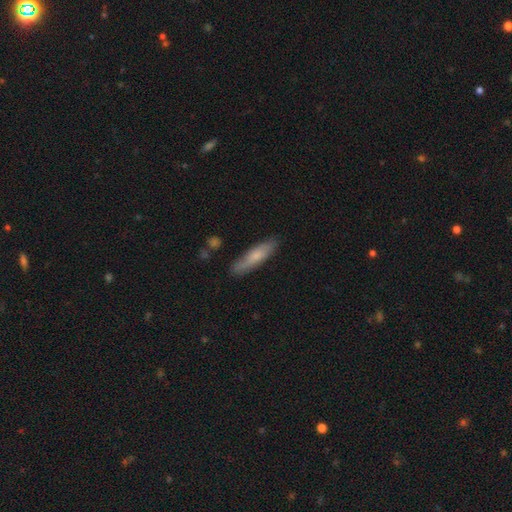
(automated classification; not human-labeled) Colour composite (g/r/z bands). It shows a smooth galaxy with no disk features (66%) that is cigar-shaped (75%). Merging: none (81%).